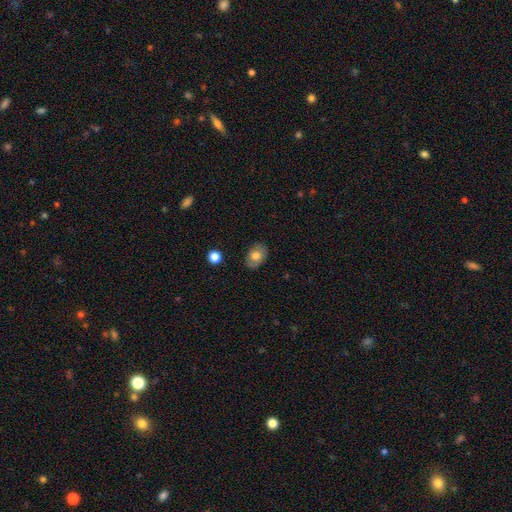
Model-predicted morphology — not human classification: Smooth or featured? smooth (72%)
How rounded? in between (78%)
Merging? none (82%)